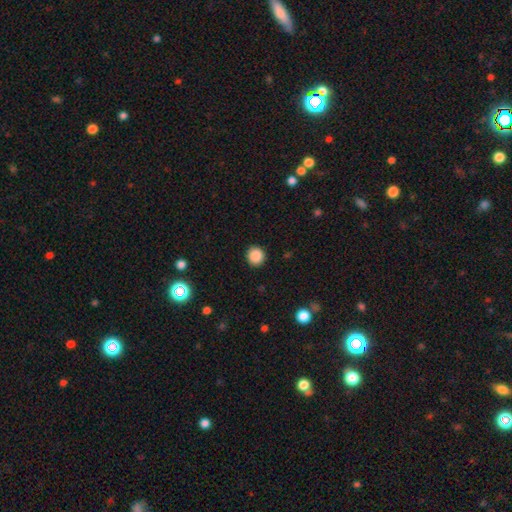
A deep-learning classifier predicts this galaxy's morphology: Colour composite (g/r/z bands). It shows a smooth galaxy with no disk features (88%) that is round (91%). Merging: none (91%).